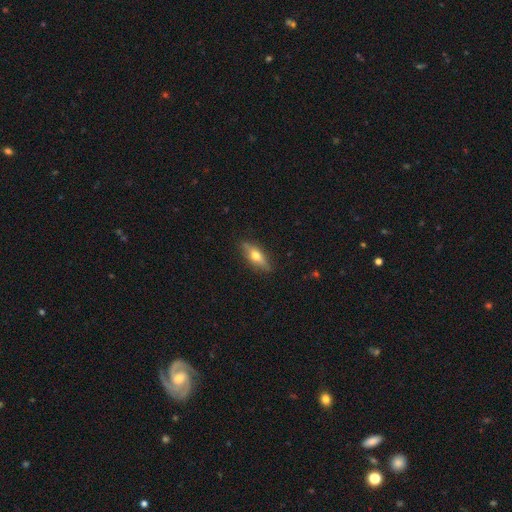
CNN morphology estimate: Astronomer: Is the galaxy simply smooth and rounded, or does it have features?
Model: smooth — 47% (runner-up: featured or disk, 46%).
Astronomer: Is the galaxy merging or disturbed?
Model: none — 86%.